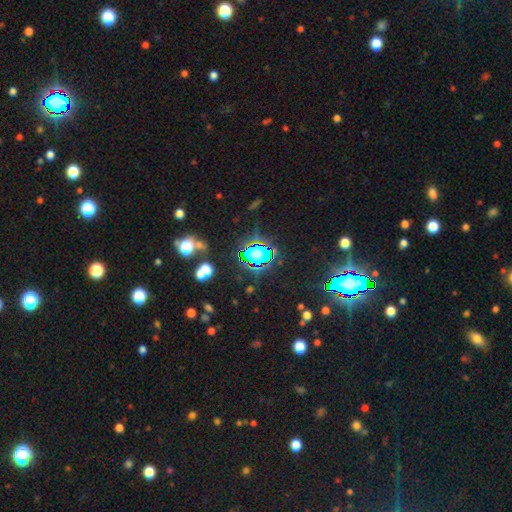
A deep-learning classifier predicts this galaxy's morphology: Smooth or featured? star or artifact (64%)